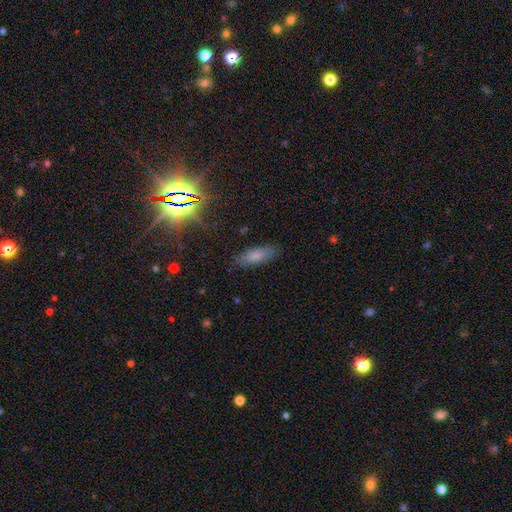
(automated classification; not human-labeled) smooth 76%, star or artifact 12%, featured or disk 12%. Down the decision tree: how rounded — in between (61%); merging — none (85%).